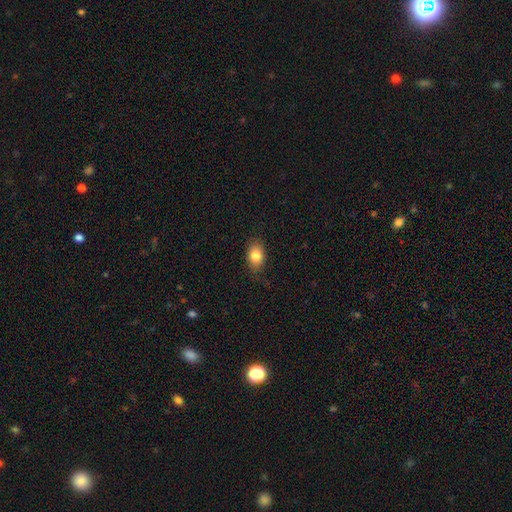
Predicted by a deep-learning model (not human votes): smooth 83%, star or artifact 8%, featured or disk 8%. Down the decision tree: how rounded — in between (81%); merging — none (81%).